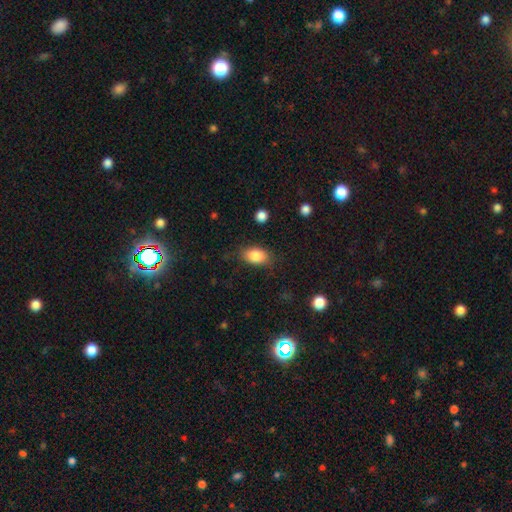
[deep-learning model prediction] smooth 85%, star or artifact 8%, featured or disk 7%. Down the decision tree: how rounded — in between (87%); merging — none (79%).